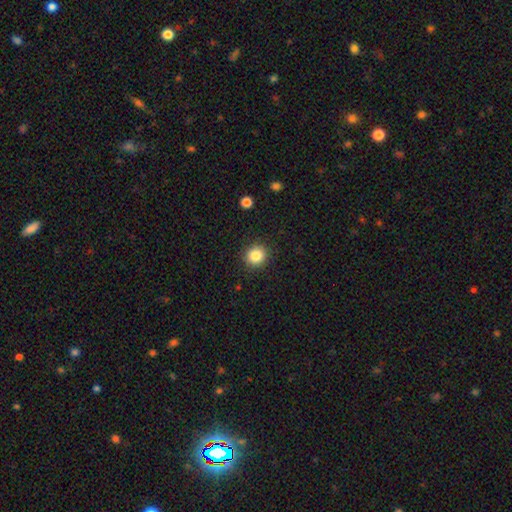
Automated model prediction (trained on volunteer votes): Smooth or featured: smooth — 84% (star or artifact — 10%)
How rounded: round — 89% (in between — 10%)
Merging: none — 91% (minor disturbance — 6%)